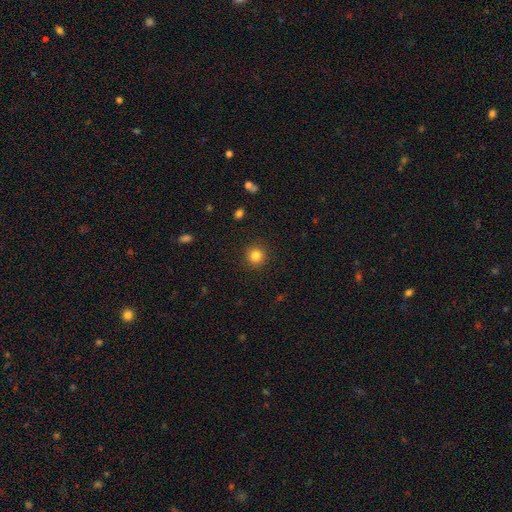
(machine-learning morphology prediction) Smooth or featured?
  - smooth: 83% *
  - star or artifact: 11%
  - featured or disk: 5%
How rounded?
  - round: 94% *
  - in between: 5%
  - cigar-shaped: 1%
Merging?
  - none: 91% *
  - minor disturbance: 6%
  - major disturbance: 2%
  - merger: 1%